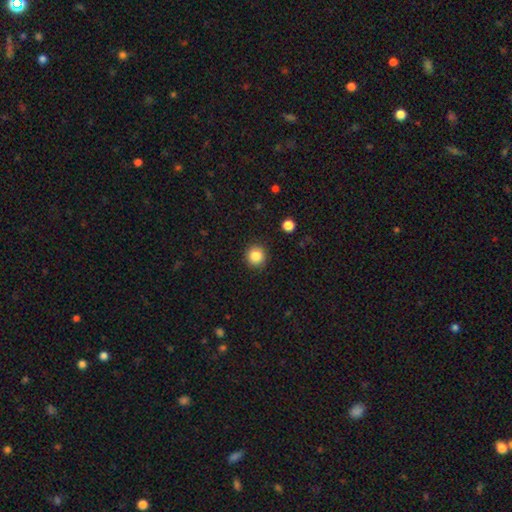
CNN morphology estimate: smooth 86%, star or artifact 10%, featured or disk 4%. Down the decision tree: how rounded — round (94%); merging — none (91%).